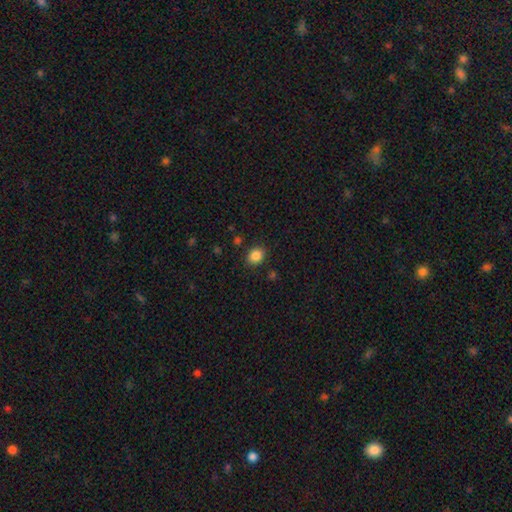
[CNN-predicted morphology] smooth_or_featured: smooth (p=0.86) [alt: star or artifact p=0.10]
how_rounded: round (p=0.61) [alt: in between p=0.38]
merging: none (p=0.86) [alt: minor disturbance p=0.09]